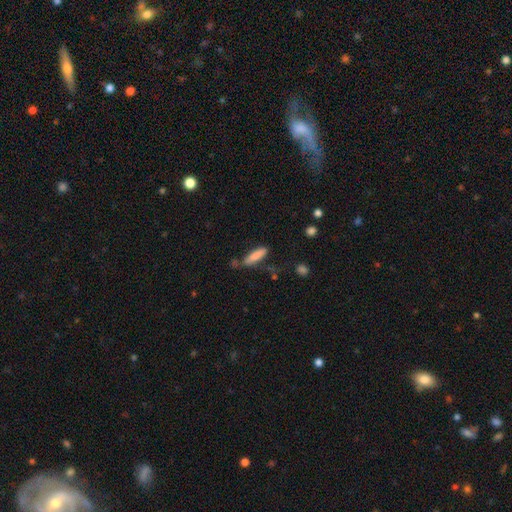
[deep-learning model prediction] A smooth galaxy with no disk features (81%) that is cigar-shaped (67%).

Vote fractions:
- Smooth or featured? smooth: 81% / featured or disk: 12% / star or artifact: 7%
- How rounded? cigar-shaped: 67% / in between: 31% / round: 2%
- Merging? none: 61% / minor disturbance: 23% / merger: 9% / major disturbance: 7%